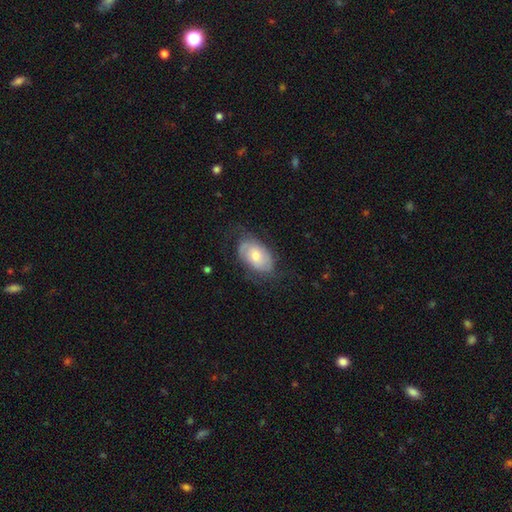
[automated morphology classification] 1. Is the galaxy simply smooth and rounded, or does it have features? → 50% featured or disk, 44% smooth, 7% star or artifact.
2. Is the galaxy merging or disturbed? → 61% none, 25% minor disturbance, 13% major disturbance, 1% merger.